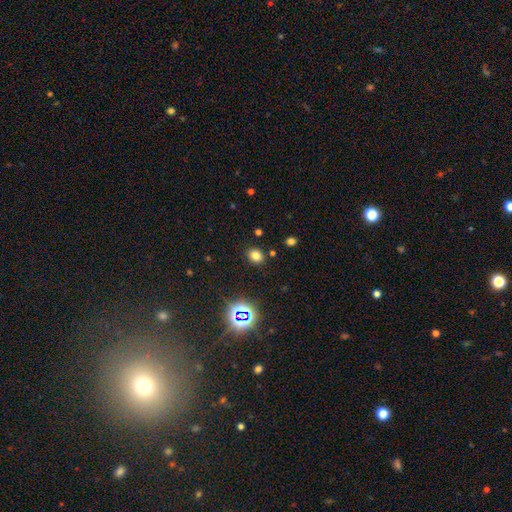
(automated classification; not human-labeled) The model was most divided on "how rounded": round: 59%, in between: 40%, cigar-shaped: 1%. More confident: merging — none (87%); smooth or featured — smooth (74%).